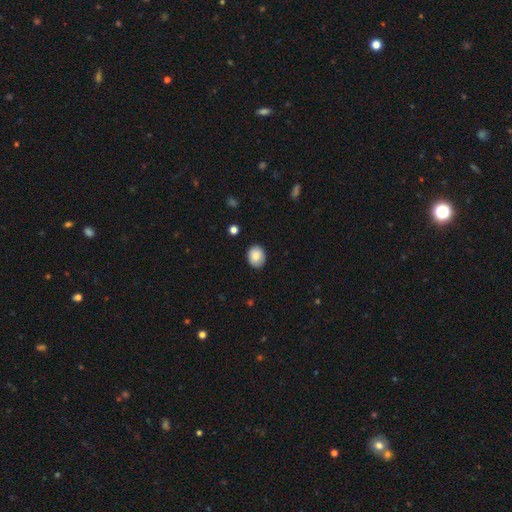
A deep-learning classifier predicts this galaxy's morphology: smooth 85%, star or artifact 8%, featured or disk 7%. Down the decision tree: how rounded — round (64%); merging — none (87%).